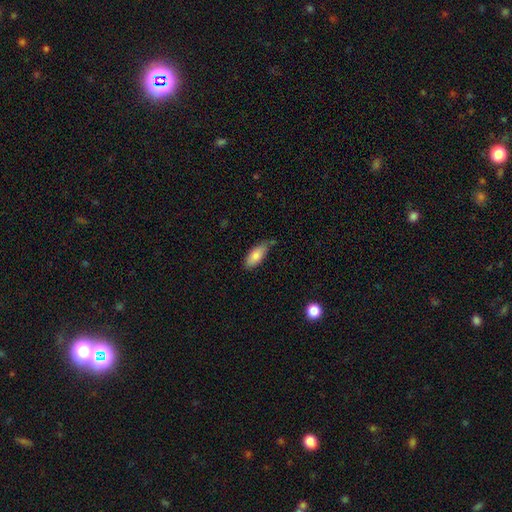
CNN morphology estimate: Smooth or featured: smooth — 81% (featured or disk — 13%)
How rounded: in between — 84% (cigar-shaped — 14%)
Merging: none — 66% (minor disturbance — 26%)